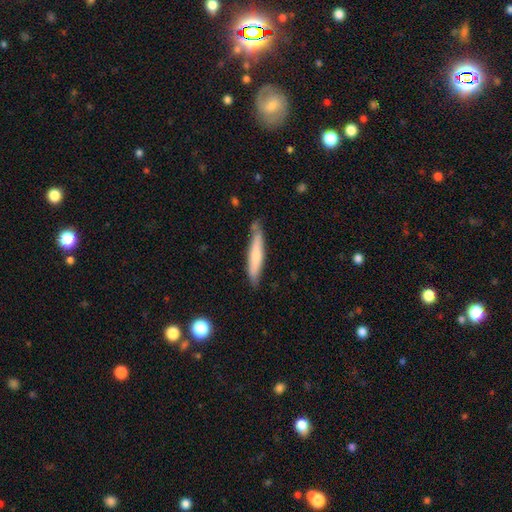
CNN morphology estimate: Smooth or featured: smooth — 66% (featured or disk — 29%)
How rounded: cigar-shaped — 91% (in between — 8%)
Merging: none — 76% (minor disturbance — 18%)